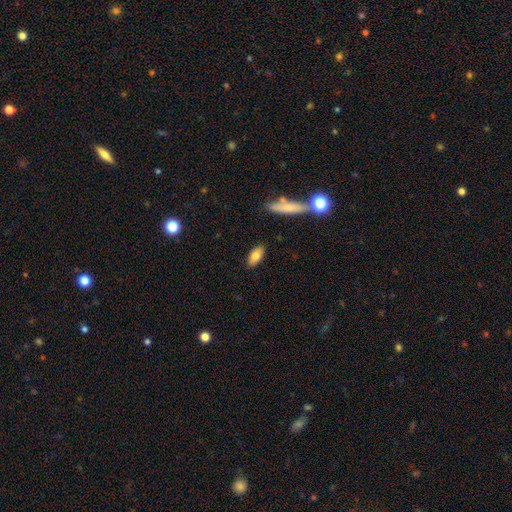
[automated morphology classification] smooth 80%, featured or disk 13%, star or artifact 7%. Down the decision tree: how rounded — in between (86%); merging — none (86%).